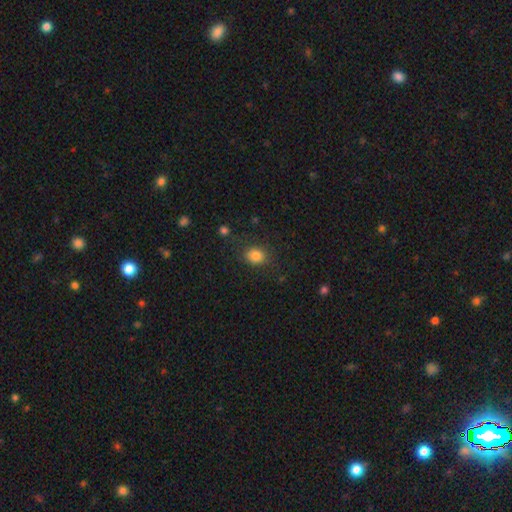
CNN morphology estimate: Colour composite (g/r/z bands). It shows a smooth galaxy with no disk features (83%) that is round (56%). Merging: none (81%).